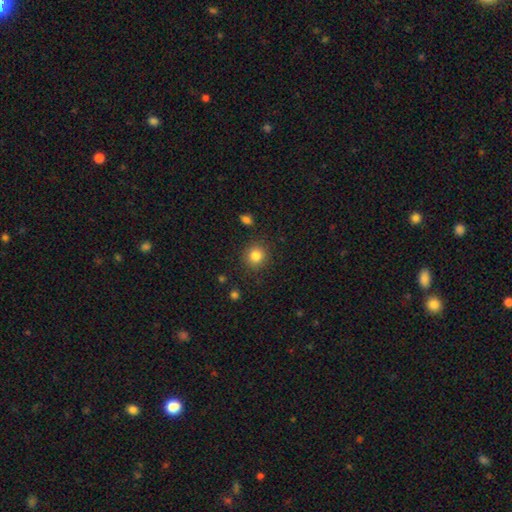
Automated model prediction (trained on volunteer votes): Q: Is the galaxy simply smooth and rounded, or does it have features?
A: smooth — 84%.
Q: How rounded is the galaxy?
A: round — 90%.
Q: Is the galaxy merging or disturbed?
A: none — 89%.